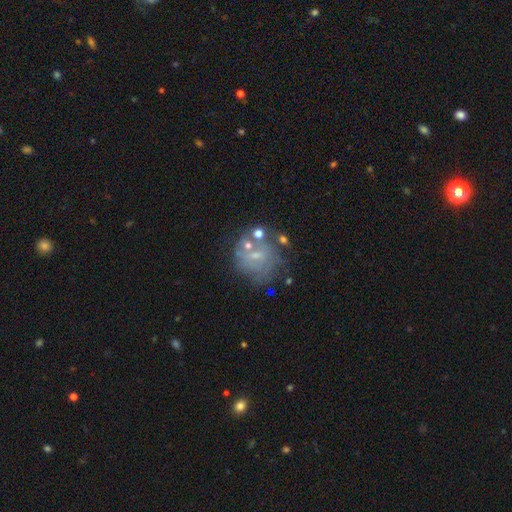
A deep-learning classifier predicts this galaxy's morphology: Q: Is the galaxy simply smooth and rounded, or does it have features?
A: featured or disk — 54%.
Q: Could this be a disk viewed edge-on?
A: no — 97%.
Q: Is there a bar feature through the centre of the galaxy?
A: no — 57%.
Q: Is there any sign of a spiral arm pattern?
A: no — 59%.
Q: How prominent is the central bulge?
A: small — 64%.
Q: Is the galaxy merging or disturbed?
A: none — 53%.